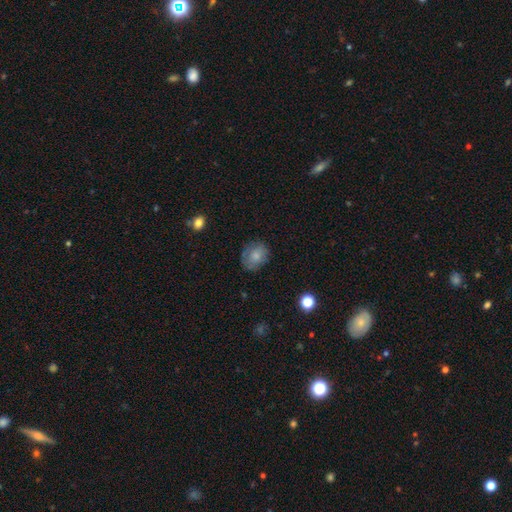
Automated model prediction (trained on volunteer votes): A smooth galaxy with no disk features (74%) that is in between round and cigar-shaped (52%).

Vote fractions:
- Smooth or featured? smooth: 74% / featured or disk: 18% / star or artifact: 8%
- How rounded? in between: 52% / round: 47% / cigar-shaped: 1%
- Merging? none: 71% / minor disturbance: 21% / major disturbance: 6% / merger: 1%